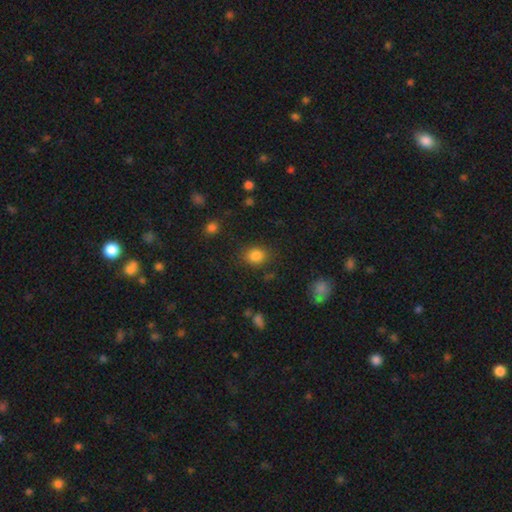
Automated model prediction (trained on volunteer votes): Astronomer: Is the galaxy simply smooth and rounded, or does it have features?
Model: smooth — 84%.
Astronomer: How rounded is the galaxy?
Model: round — 64%.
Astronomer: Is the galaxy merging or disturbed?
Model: none — 83%.